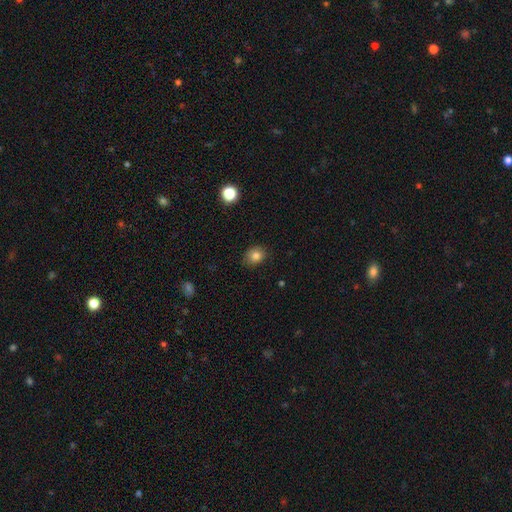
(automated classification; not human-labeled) Smooth or featured? Predicted: smooth (p=0.82). How rounded? Predicted: round (p=0.58). Merging? Predicted: none (p=0.81).